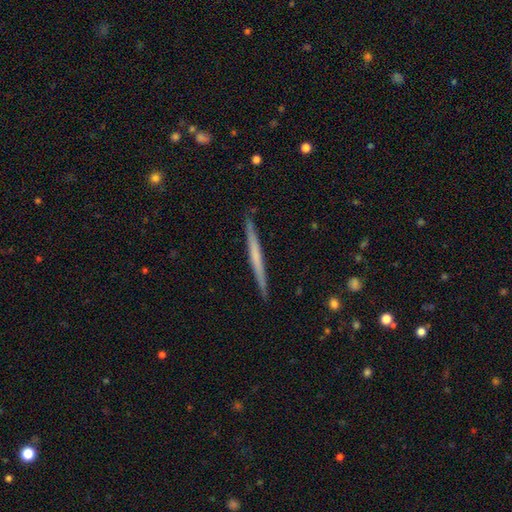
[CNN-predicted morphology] A featured or disk galaxy (51%) viewed edge-on (98%) with no central bulge (83%). Merging: none (91%).